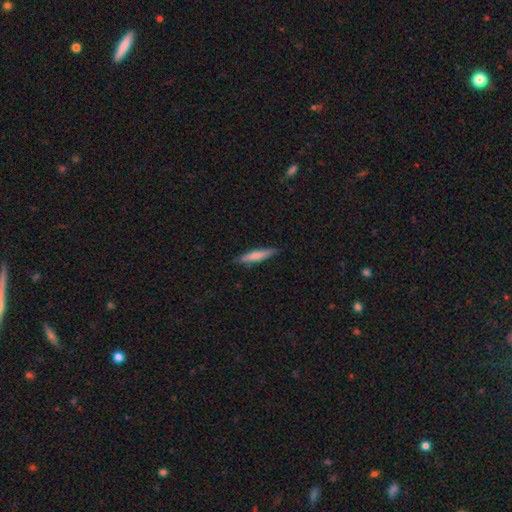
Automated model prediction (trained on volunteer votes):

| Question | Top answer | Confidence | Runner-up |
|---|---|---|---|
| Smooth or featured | smooth | 72% | featured or disk (22%) |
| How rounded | cigar-shaped | 89% | in between (10%) |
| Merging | none | 86% | minor disturbance (11%) |